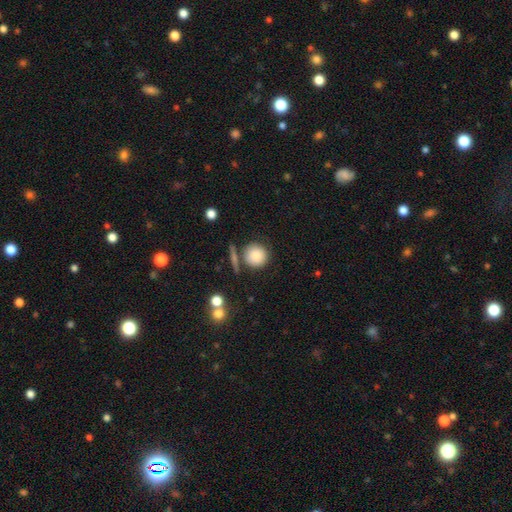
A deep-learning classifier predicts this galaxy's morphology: Smooth or featured? smooth (85%)
How rounded? round (91%)
Merging? none (73%)